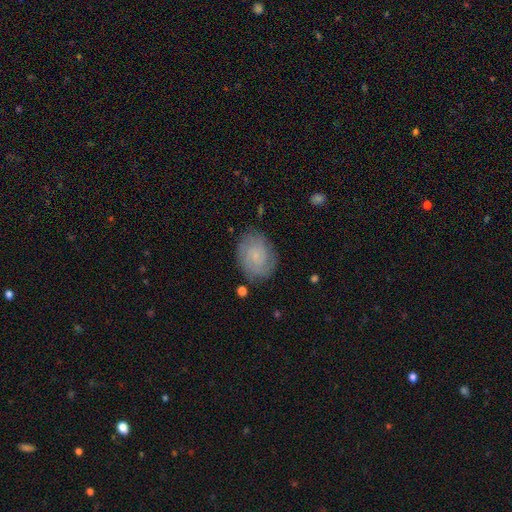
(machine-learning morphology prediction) Smooth or featured: featured or disk — 65% (smooth — 27%)
Edge-on disk: no — 97% (yes — 3%)
Bar: no — 75% (weak — 22%)
Spiral arms: yes — 92% (no — 8%)
Spiral winding: tight — 67% (medium — 26%)
Spiral arm count: can't tell — 37% (2 — 28%)
Bulge size: small — 75% (none — 11%)
Merging: none — 78% (minor disturbance — 15%)